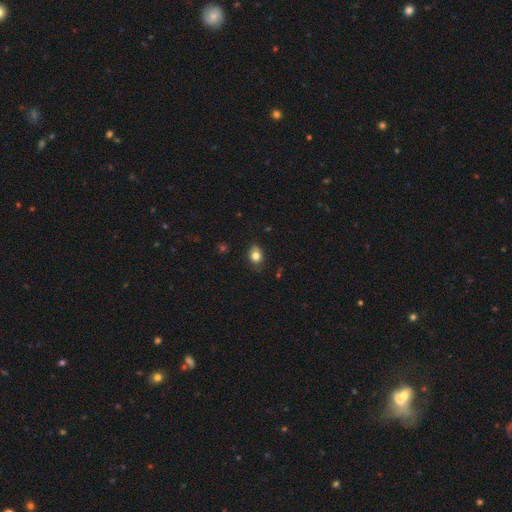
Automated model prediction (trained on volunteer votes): Overall: smooth (80%). How rounded: in between (58%; round 40%). Merging: none (78%).